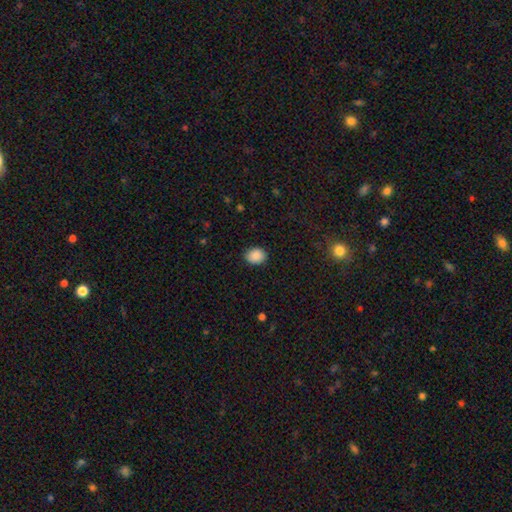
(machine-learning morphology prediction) Smooth or featured?
  - smooth: 88% *
  - star or artifact: 8%
  - featured or disk: 4%
How rounded?
  - round: 52% *
  - in between: 47%
  - cigar-shaped: 1%
Merging?
  - none: 87% *
  - minor disturbance: 10%
  - major disturbance: 2%
  - merger: 1%